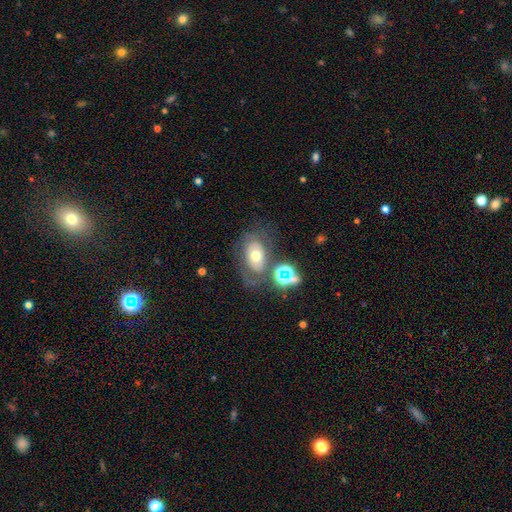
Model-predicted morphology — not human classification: A smooth galaxy with no disk features (42%).

Vote fractions:
- Smooth or featured? smooth: 42% / featured or disk: 41% / star or artifact: 16%
- Merging? none: 55% / minor disturbance: 19% / major disturbance: 16% / merger: 10%